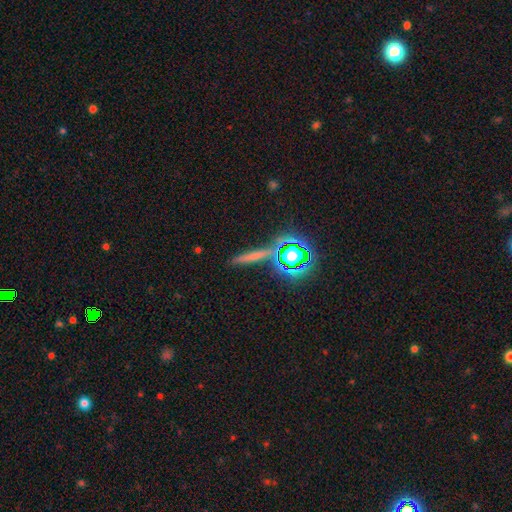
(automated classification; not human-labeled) A smooth galaxy with no disk features (48%). Merging: none (79%).